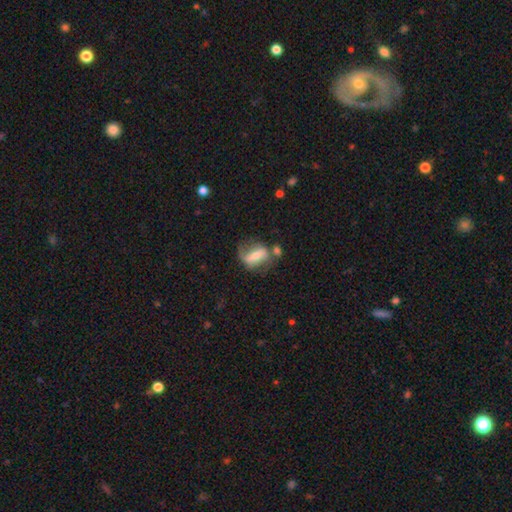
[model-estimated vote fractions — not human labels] featured or disk 61%, smooth 32%, star or artifact 7%. Down the decision tree: edge-on disk — no (90%); bar — strong (55%); spiral arms — yes (72%); bulge size — moderate (47%); merging — none (51%).